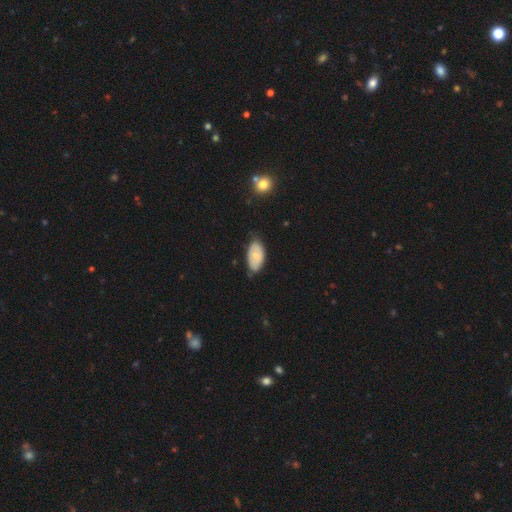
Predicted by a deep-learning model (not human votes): Smooth or featured?
  - smooth: 65% *
  - featured or disk: 28%
  - star or artifact: 7%
How rounded?
  - in between: 94% *
  - round: 3%
  - cigar-shaped: 2%
Merging?
  - none: 63% *
  - minor disturbance: 30%
  - major disturbance: 5%
  - merger: 2%